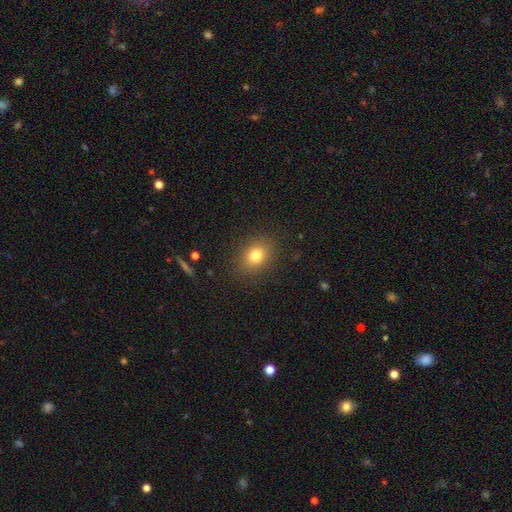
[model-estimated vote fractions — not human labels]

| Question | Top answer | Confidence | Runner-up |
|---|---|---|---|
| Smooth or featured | smooth | 78% | star or artifact (13%) |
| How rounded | round | 50% | in between (49%) |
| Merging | none | 87% | minor disturbance (8%) |